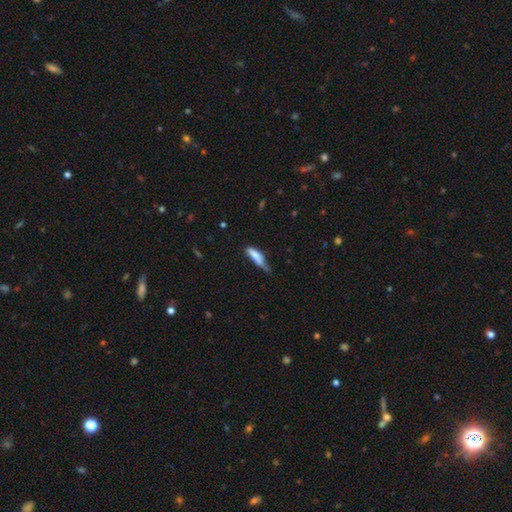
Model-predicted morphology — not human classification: The model was most divided on "merging": minor disturbance: 45%, none: 30%, major disturbance: 20%, merger: 6%. More confident: smooth or featured — smooth (74%); how rounded — cigar-shaped (59%).